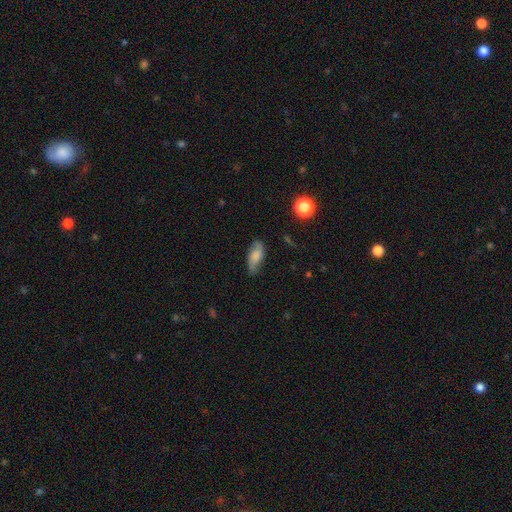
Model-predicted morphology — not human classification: The model was most divided on "smooth or featured": smooth: 57%, featured or disk: 34%, star or artifact: 9%. More confident: how rounded — in between (80%); merging — none (68%).